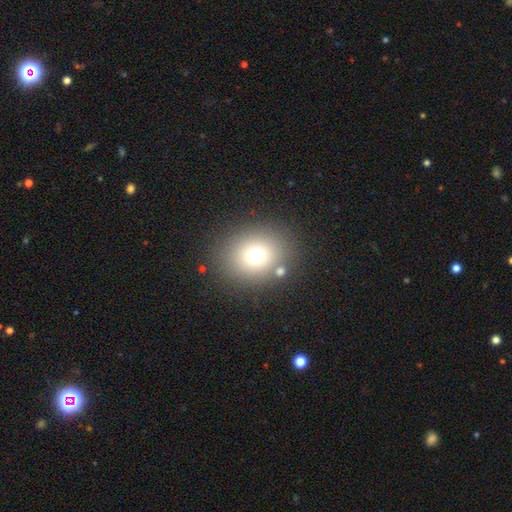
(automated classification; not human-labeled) smooth 71%, star or artifact 16%, featured or disk 12%. Down the decision tree: how rounded — round (66%); merging — none (80%).